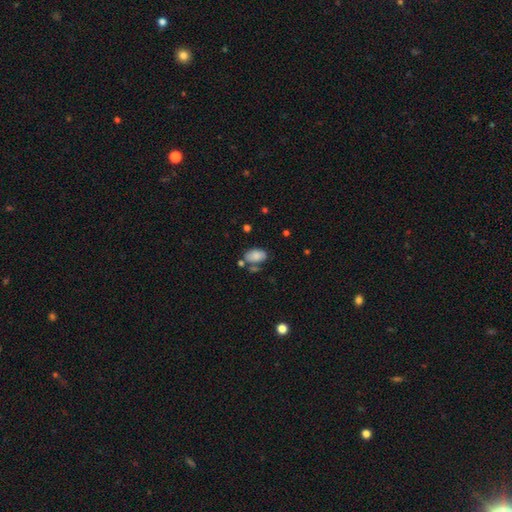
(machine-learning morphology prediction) Smooth or featured? smooth (77%)
How rounded? in between (92%)
Merging? none (55%)